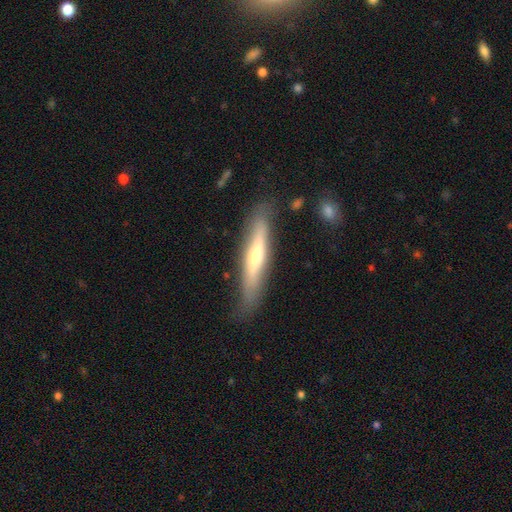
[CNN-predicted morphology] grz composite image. It shows a featured or disk galaxy (55%) viewed edge-on (85%). Merging: none (80%).